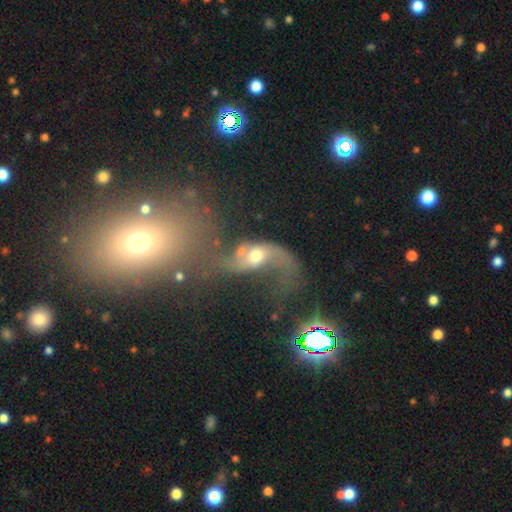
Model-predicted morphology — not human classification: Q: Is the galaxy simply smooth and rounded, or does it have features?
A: featured or disk — 69%.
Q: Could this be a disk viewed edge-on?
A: no — 95%.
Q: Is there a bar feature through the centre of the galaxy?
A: no — 56%.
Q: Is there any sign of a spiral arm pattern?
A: yes — 81%.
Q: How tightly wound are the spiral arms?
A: loose — 88%.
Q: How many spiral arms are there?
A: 2 — 83%.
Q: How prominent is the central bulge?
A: moderate — 60%.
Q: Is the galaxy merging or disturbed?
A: merger — 42%.